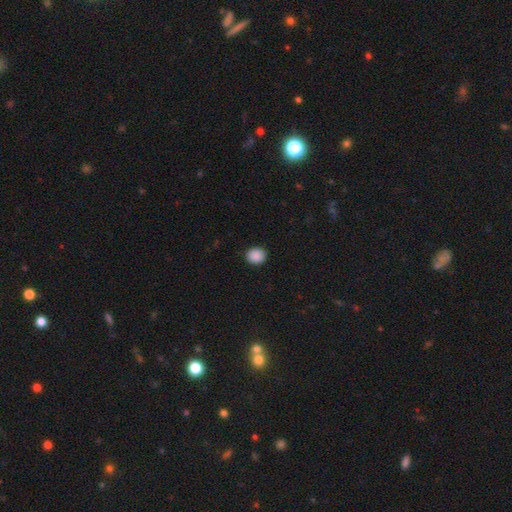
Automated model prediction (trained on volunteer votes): This is clearly a smooth galaxy (89%). How rounded: likely round (77%). Merging: clearly none (90%).